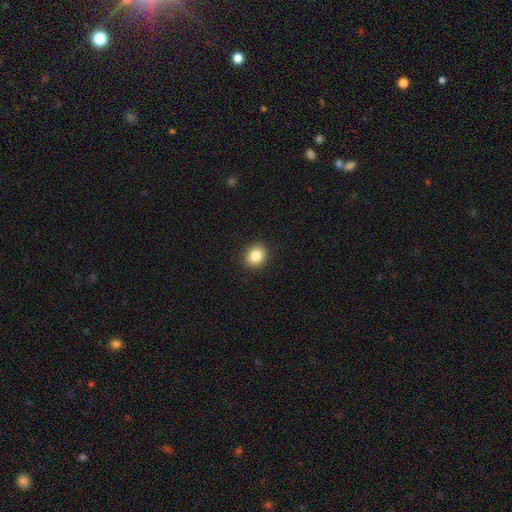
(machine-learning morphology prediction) The model was most divided on "how rounded": round: 71%, in between: 28%, cigar-shaped: 1%. More confident: merging — none (91%); smooth or featured — smooth (85%).